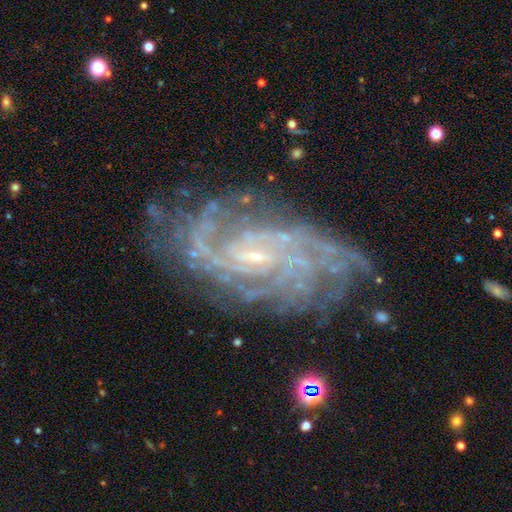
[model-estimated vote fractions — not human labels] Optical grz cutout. It shows a featured or disk galaxy (88%) with no bar (49%), tight (65%) spiral arms (97%) and a small central bulge (81%). Merging: none (75%).